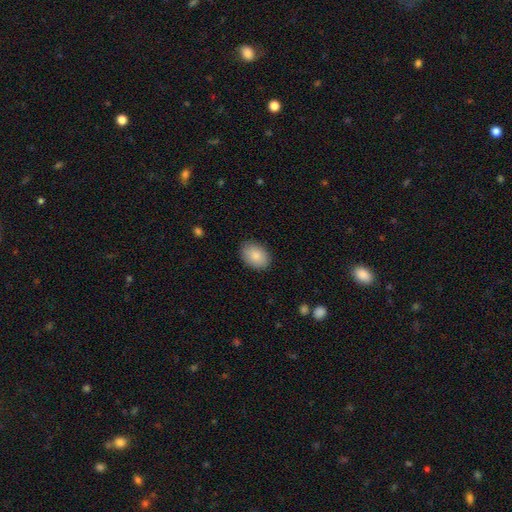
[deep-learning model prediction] smooth_or_featured: smooth (p=0.86) [alt: star or artifact p=0.07]
how_rounded: in between (p=0.81) [alt: round p=0.18]
merging: none (p=0.87) [alt: minor disturbance p=0.10]